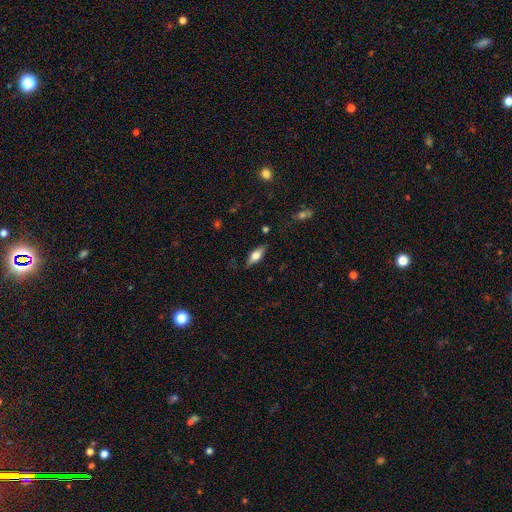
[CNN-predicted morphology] This appears to be a smooth galaxy with no disk features (60%) that is in between round and cigar-shaped (72%). Merging: none (82%).